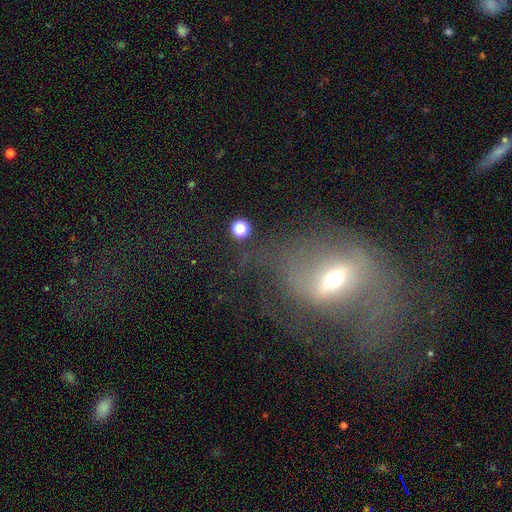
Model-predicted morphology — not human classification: A featured or disk galaxy (50%).

Vote fractions:
- Smooth or featured? featured or disk: 50% / smooth: 32% / star or artifact: 18%
- Edge-on disk? no: 91% / yes: 9%
- Merging? major disturbance: 50% / none: 26% / minor disturbance: 17% / merger: 6%